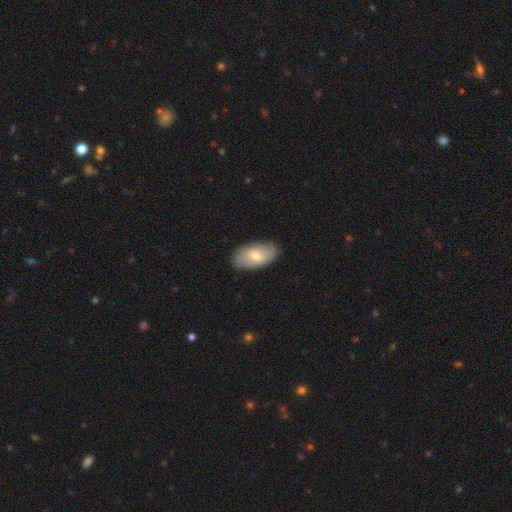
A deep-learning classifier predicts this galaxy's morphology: smooth_or_featured: smooth (p=0.69) [alt: featured or disk p=0.25]
how_rounded: in between (p=0.94) [alt: round p=0.03]
merging: none (p=0.85) [alt: minor disturbance p=0.11]